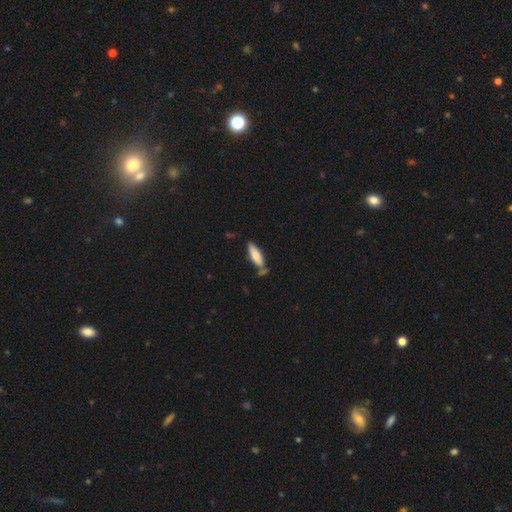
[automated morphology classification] smooth_or_featured: smooth (p=0.80) [alt: featured or disk p=0.14]
how_rounded: in between (p=0.50) [alt: cigar-shaped p=0.48]
merging: none (p=0.63) [alt: minor disturbance p=0.20]